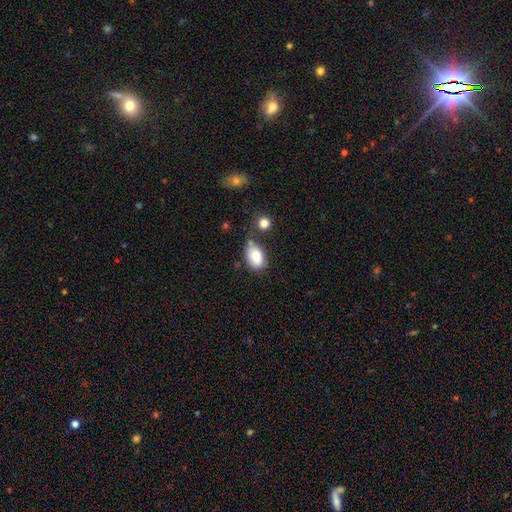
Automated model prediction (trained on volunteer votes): Smooth or featured? smooth (79%)
How rounded? in between (84%)
Merging? none (50%)